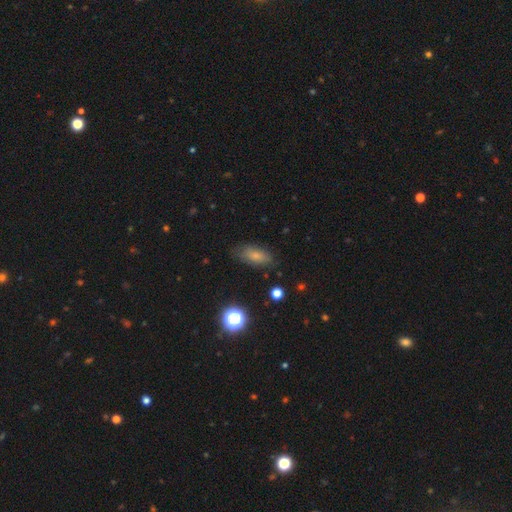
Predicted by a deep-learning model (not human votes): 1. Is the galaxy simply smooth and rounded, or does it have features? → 76% smooth, 14% featured or disk, 11% star or artifact.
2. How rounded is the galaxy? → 83% in between, 12% cigar-shaped, 5% round.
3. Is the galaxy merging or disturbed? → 77% none, 17% minor disturbance, 5% major disturbance, 2% merger.